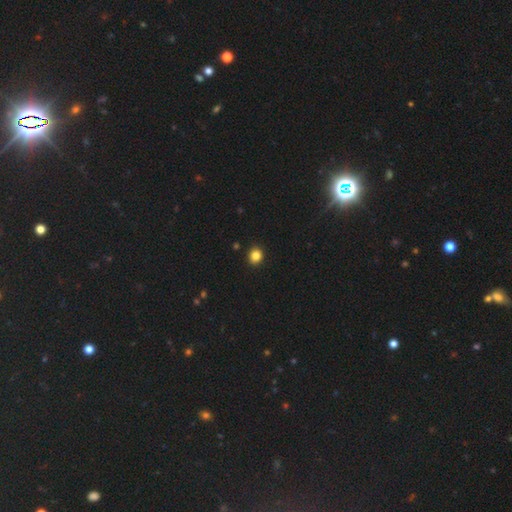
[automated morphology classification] smooth-or-featured: smooth: 85% | star or artifact: 11% | featured or disk: 4%
  how-rounded: round: 81% | in between: 18% | cigar-shaped: 1%
  merging: none: 92% | minor disturbance: 5% | major disturbance: 2% | merger: 1%